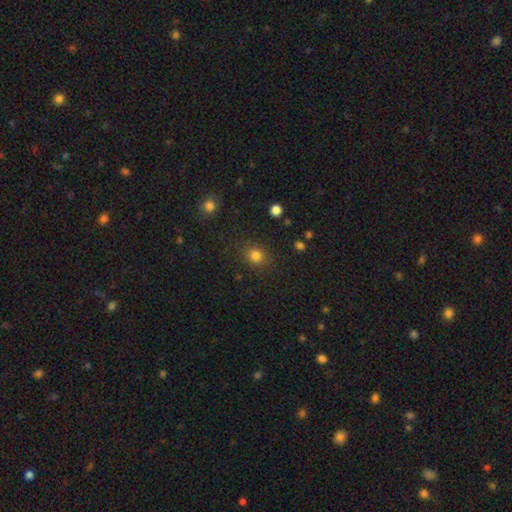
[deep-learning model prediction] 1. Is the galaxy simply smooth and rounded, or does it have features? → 81% smooth, 13% star or artifact, 5% featured or disk.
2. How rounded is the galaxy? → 73% round, 26% in between, 1% cigar-shaped.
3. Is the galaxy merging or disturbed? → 86% none, 9% minor disturbance, 3% major disturbance, 2% merger.